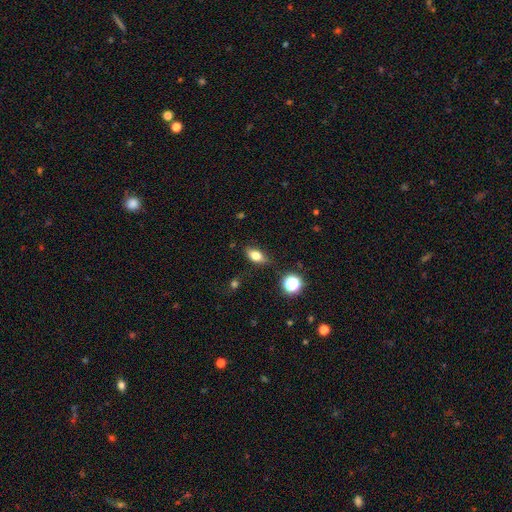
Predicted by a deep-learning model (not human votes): Smooth or featured? smooth (75%)
How rounded? in between (81%)
Merging? none (81%)